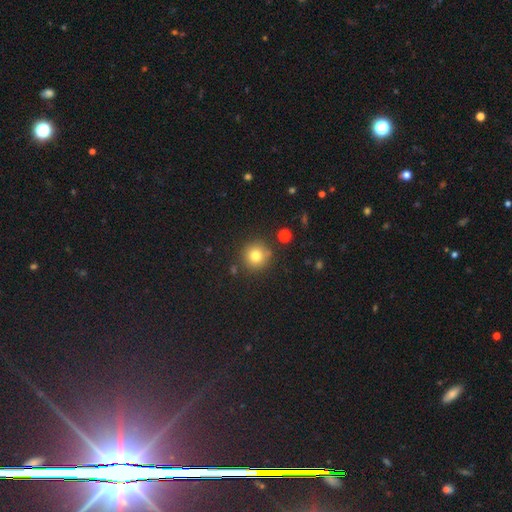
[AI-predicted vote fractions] A smooth galaxy with no disk features (78%) that is round (94%). Merging: none (85%).